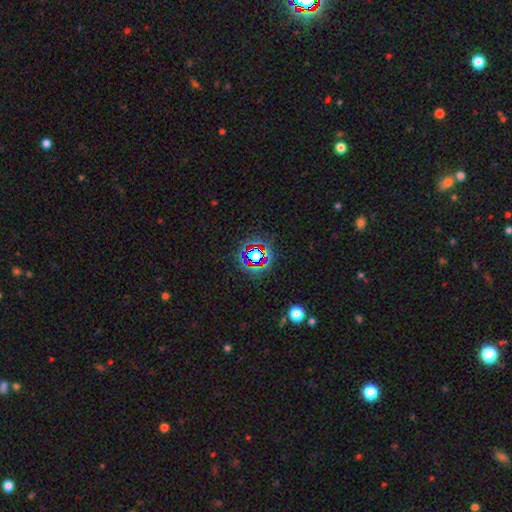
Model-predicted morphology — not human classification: Smooth or featured? Predicted: star or artifact (p=0.65).